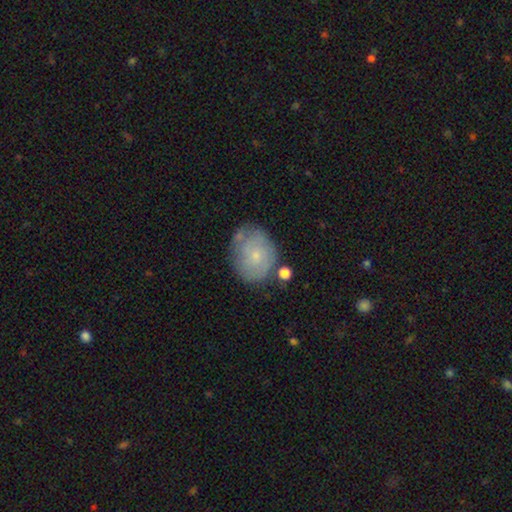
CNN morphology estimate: Q: Smooth or featured?
A: featured or disk (46%); tied with: smooth (46%)
Q: Merging?
A: none (63%); runner-up: minor disturbance (23%)